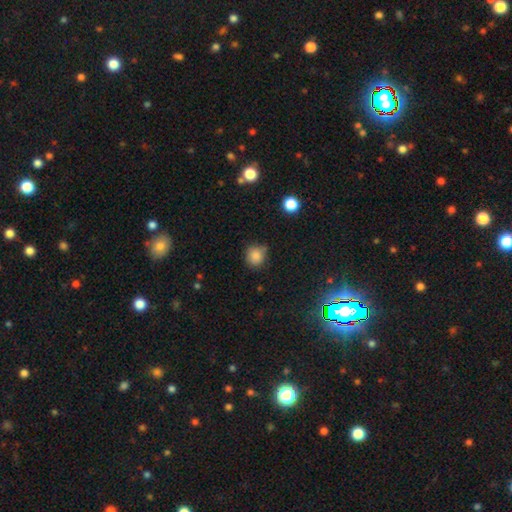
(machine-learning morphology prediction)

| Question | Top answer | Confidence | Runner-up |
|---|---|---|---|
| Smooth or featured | smooth | 84% | star or artifact (11%) |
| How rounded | round | 85% | in between (14%) |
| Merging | none | 69% | minor disturbance (24%) |